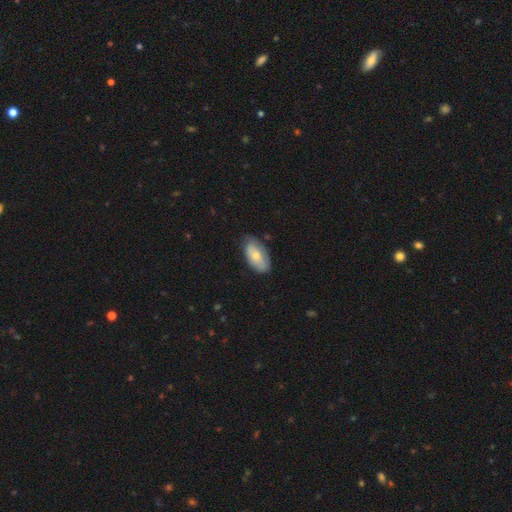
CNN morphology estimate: Q: Smooth or featured?
A: smooth (66%); runner-up: featured or disk (29%)
Q: How rounded?
A: in between (94%); runner-up: cigar-shaped (3%)
Q: Merging?
A: none (68%); runner-up: minor disturbance (26%)